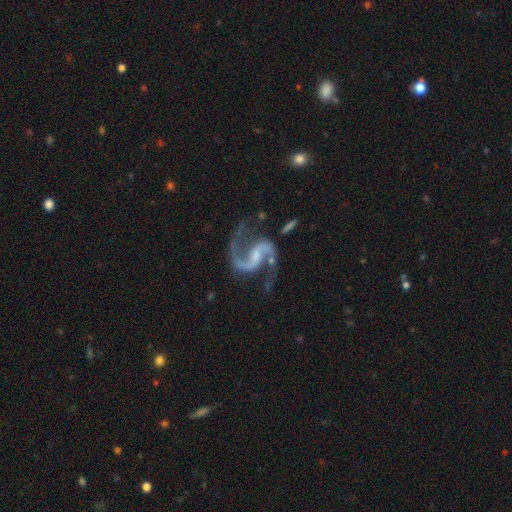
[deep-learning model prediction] Smooth or featured: featured or disk — 93% (star or artifact — 4%)
Edge-on disk: no — 98% (yes — 2%)
Bar: weak — 48% (no — 28%)
Spiral arms: yes — 98% (no — 2%)
Spiral winding: medium — 48% (loose — 45%)
Spiral arm count: 2 — 94% (1 — 2%)
Bulge size: small — 45% (none — 28%)
Merging: none — 68% (minor disturbance — 16%)